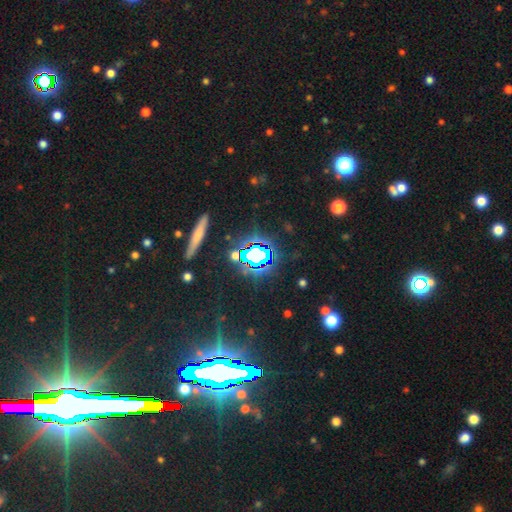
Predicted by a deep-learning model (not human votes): Overall: star or artifact (65%).